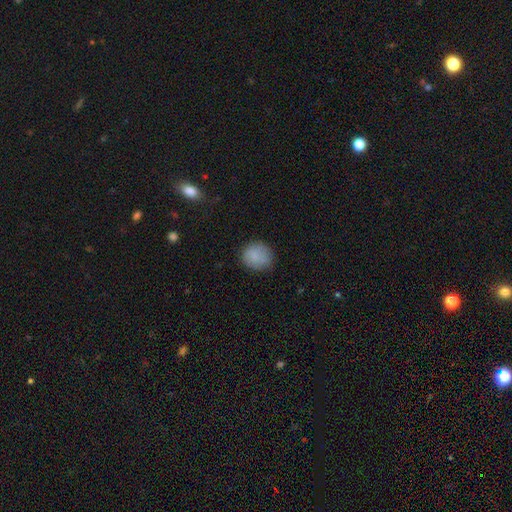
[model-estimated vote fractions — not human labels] smooth_or_featured: smooth (p=0.85) [alt: star or artifact p=0.08]
how_rounded: round (p=0.82) [alt: in between p=0.17]
merging: none (p=0.79) [alt: minor disturbance p=0.15]